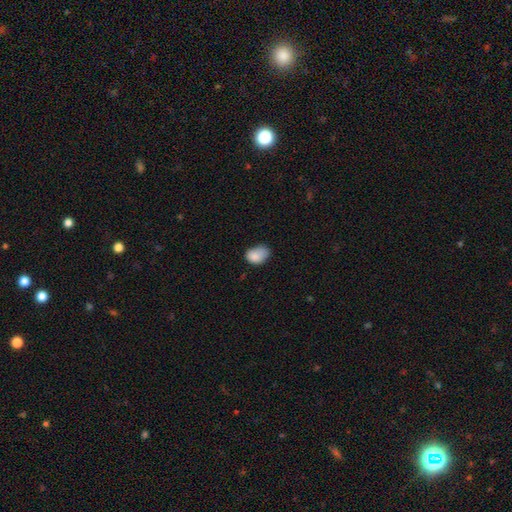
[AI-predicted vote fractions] Overall: smooth (85%). How rounded: in between (78%). Merging: none (43%; minor disturbance 42%).